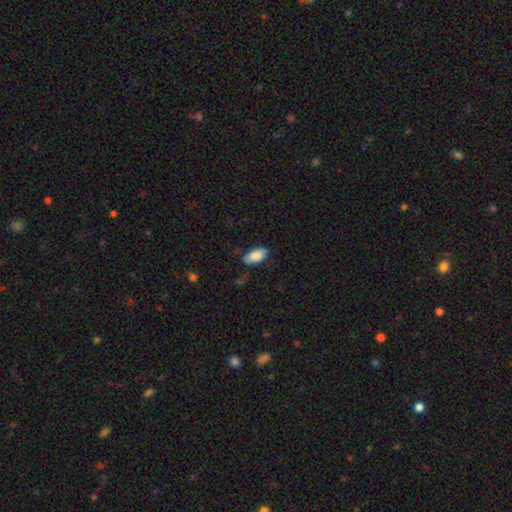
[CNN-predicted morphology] A smooth galaxy with no disk features (86%) that is in between round and cigar-shaped (90%). Merging: none (77%).